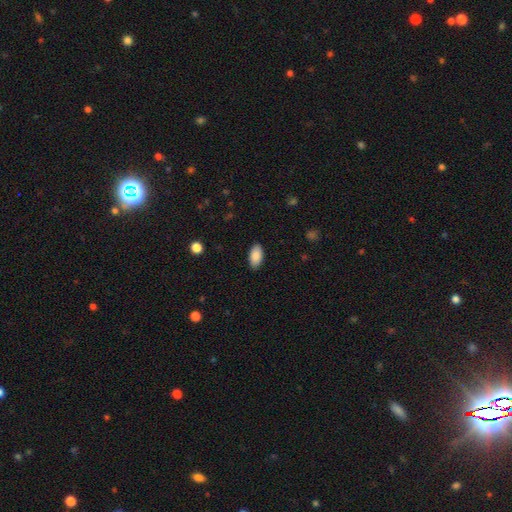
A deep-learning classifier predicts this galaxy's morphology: Smooth or featured: smooth — 88% (star or artifact — 7%)
How rounded: in between — 95% (cigar-shaped — 3%)
Merging: none — 88% (minor disturbance — 9%)